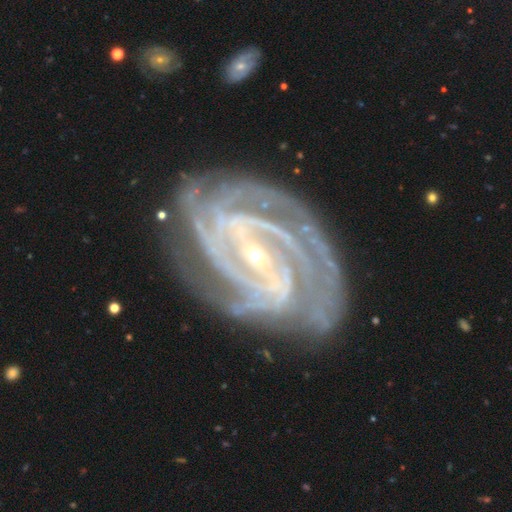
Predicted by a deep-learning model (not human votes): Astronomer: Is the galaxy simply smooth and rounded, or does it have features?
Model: featured or disk — 93%.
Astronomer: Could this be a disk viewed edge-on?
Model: no — 97%.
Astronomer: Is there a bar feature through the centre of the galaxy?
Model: strong — 54% (runner-up: weak, 31%).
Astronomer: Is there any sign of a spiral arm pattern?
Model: yes — 99%.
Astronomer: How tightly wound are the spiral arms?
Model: tight — 75%.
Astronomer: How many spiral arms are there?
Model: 4 — 31% (runner-up: 3, 23%).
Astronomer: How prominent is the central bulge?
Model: small — 79%.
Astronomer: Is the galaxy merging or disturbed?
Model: none — 79%.